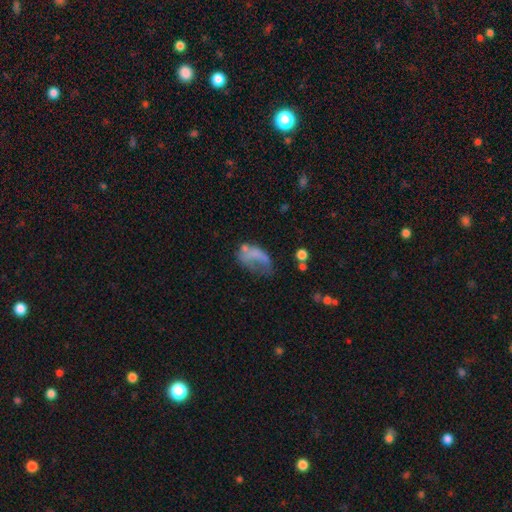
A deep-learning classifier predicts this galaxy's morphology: Q: Smooth or featured?
A: smooth (52%); runner-up: featured or disk (36%)
Q: How rounded?
A: in between (86%); runner-up: round (11%)
Q: Merging?
A: major disturbance (45%); runner-up: none (22%)